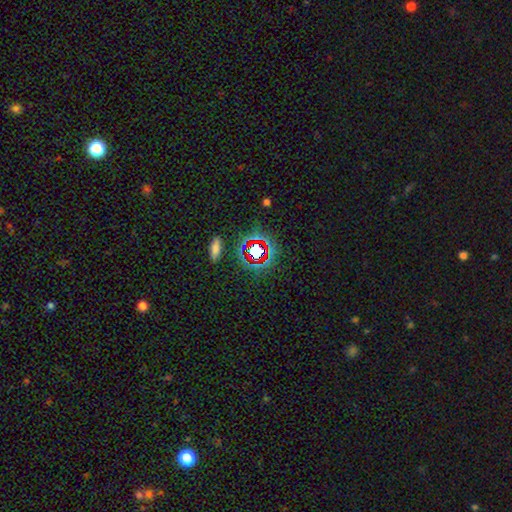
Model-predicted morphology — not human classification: smooth-or-featured: star or artifact: 64% | smooth: 25% | featured or disk: 11%